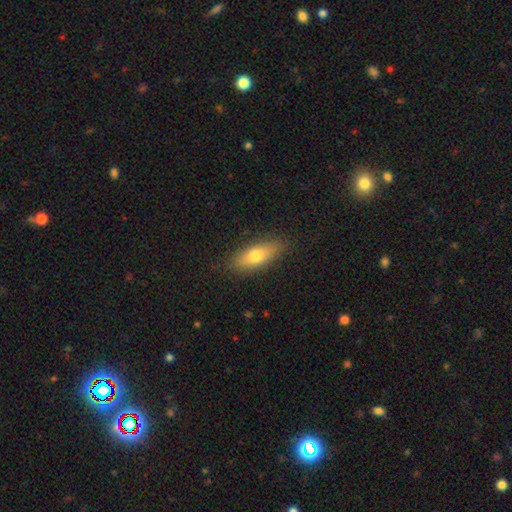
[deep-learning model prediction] Smooth or featured?
  - smooth: 69% *
  - featured or disk: 24%
  - star or artifact: 7%
How rounded?
  - in between: 64% *
  - cigar-shaped: 33%
  - round: 4%
Merging?
  - none: 85% *
  - minor disturbance: 11%
  - major disturbance: 3%
  - merger: 1%